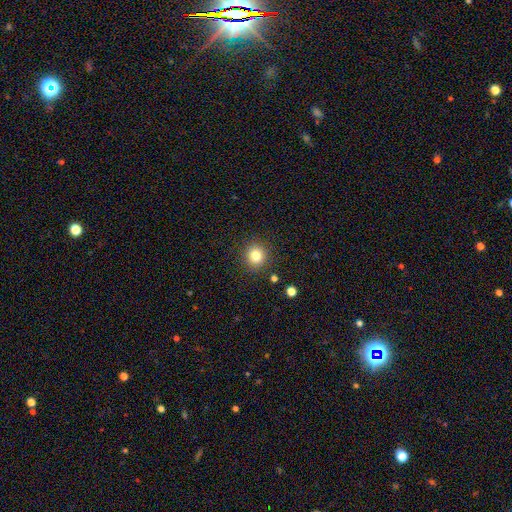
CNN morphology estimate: Q: Smooth or featured?
A: smooth (81%); runner-up: star or artifact (12%)
Q: How rounded?
A: round (91%); runner-up: in between (8%)
Q: Merging?
A: none (89%); runner-up: minor disturbance (6%)